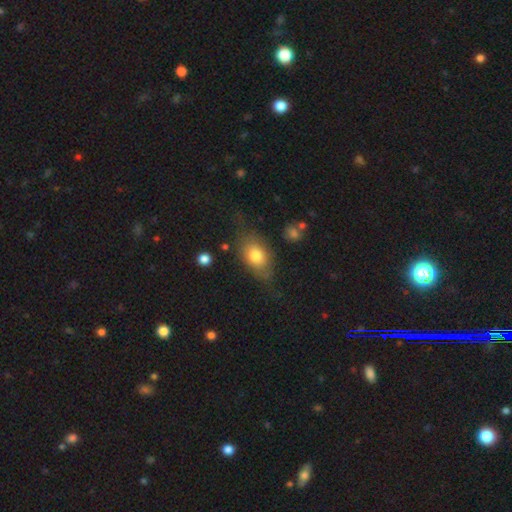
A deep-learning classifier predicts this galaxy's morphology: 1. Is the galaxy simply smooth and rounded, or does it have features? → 70% smooth, 22% featured or disk, 8% star or artifact.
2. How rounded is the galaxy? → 82% in between, 15% round, 4% cigar-shaped.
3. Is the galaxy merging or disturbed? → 59% none, 24% minor disturbance, 14% major disturbance, 3% merger.